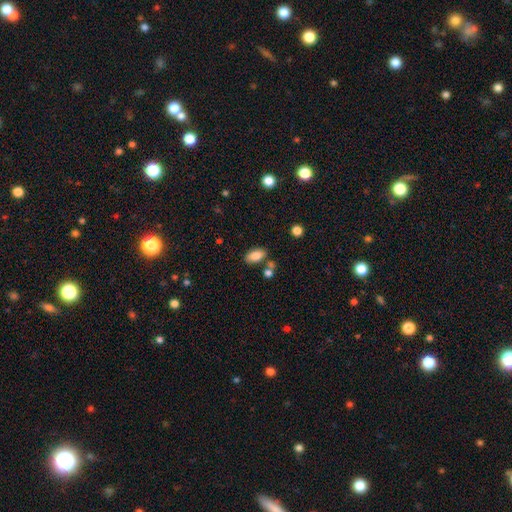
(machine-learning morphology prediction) Q: Smooth or featured?
A: smooth (84%); runner-up: star or artifact (8%)
Q: How rounded?
A: in between (92%); runner-up: round (4%)
Q: Merging?
A: none (74%); runner-up: minor disturbance (12%)